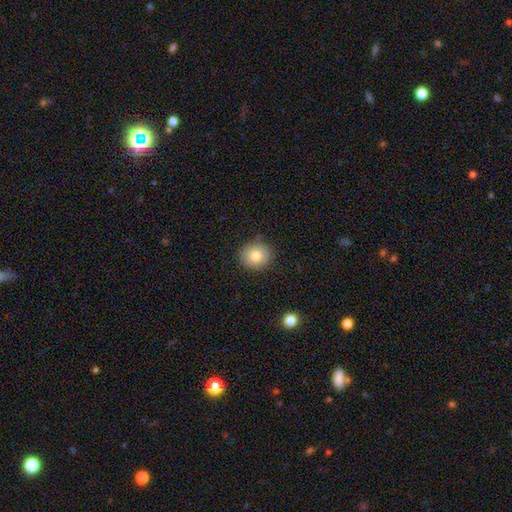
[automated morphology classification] Smooth or featured? Predicted: smooth (p=0.78). How rounded? Predicted: round (p=0.83). Merging? Predicted: none (p=0.86).